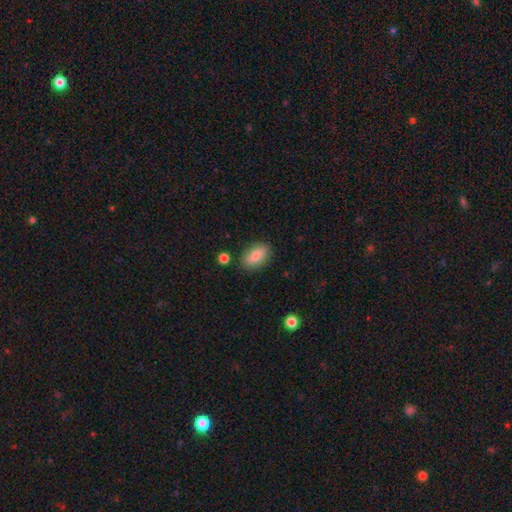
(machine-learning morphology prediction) Smooth or featured: smooth — 81% (featured or disk — 12%)
How rounded: in between — 89% (round — 7%)
Merging: none — 83% (minor disturbance — 12%)